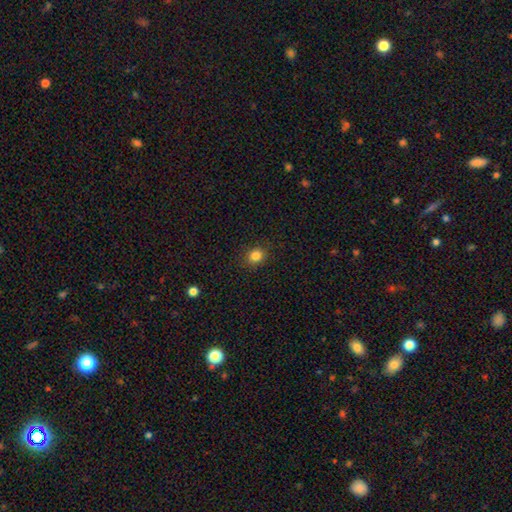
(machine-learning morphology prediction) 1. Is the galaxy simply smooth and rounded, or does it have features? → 84% smooth, 11% star or artifact, 5% featured or disk.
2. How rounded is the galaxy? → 68% round, 31% in between, 1% cigar-shaped.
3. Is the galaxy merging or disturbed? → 88% none, 9% minor disturbance, 3% major disturbance, 1% merger.